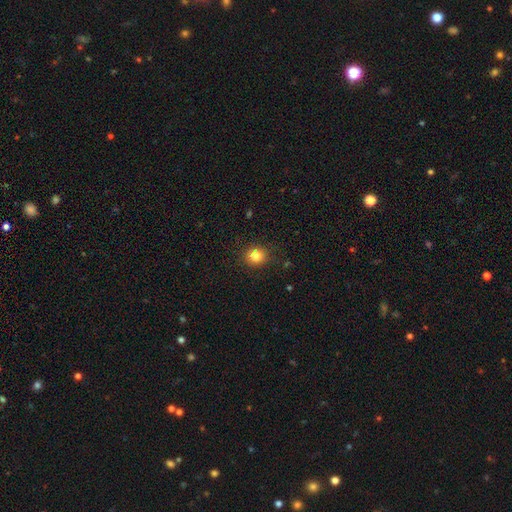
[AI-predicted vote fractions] Smooth or featured? smooth (82%)
How rounded? round (85%)
Merging? none (86%)